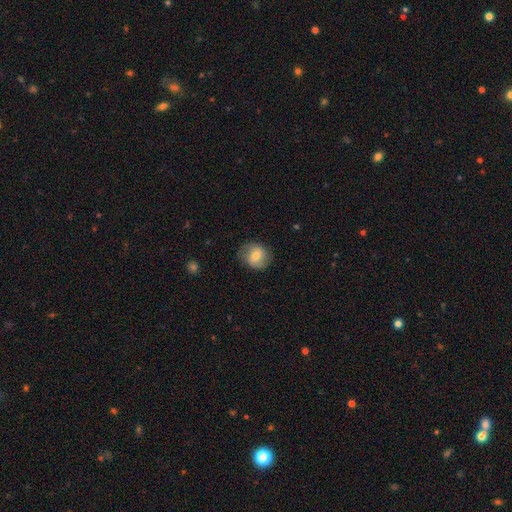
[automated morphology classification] Overall: smooth (58%; featured or disk 33%). How rounded: round (74%). Merging: none (79%).